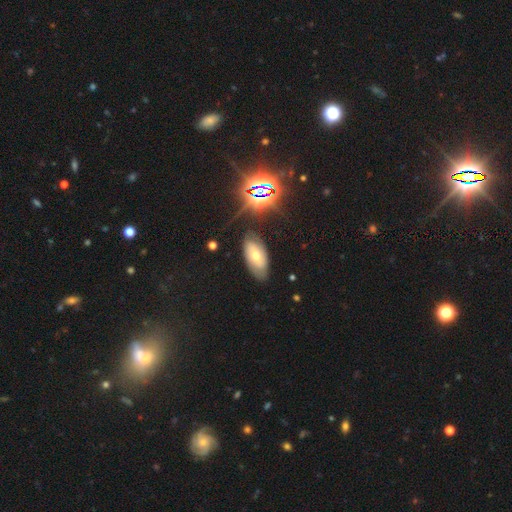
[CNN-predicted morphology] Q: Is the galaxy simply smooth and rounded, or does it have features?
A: featured or disk — 44%.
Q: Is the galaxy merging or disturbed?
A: none — 76%.